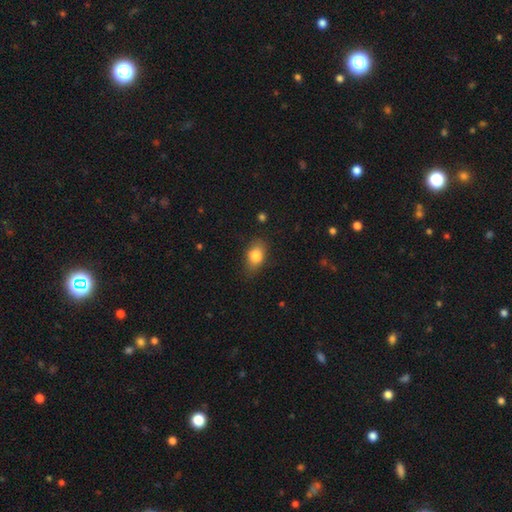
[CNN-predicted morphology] smooth_or_featured: smooth (p=0.83) [alt: featured or disk p=0.09]
how_rounded: in between (p=0.81) [alt: round p=0.16]
merging: none (p=0.75) [alt: minor disturbance p=0.19]